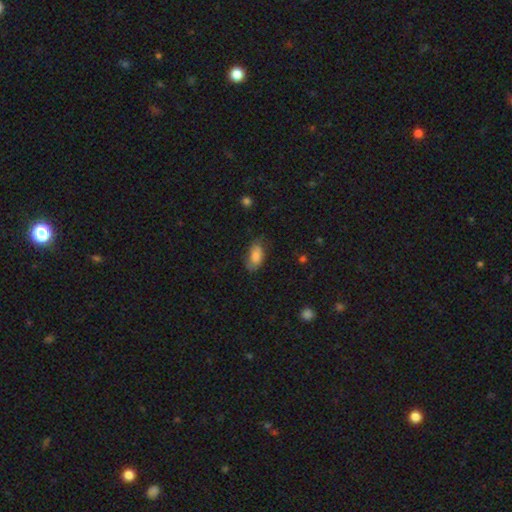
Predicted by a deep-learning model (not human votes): A smooth galaxy with no disk features (76%) that is in between round and cigar-shaped (92%).

Vote fractions:
- Smooth or featured? smooth: 76% / featured or disk: 16% / star or artifact: 7%
- How rounded? in between: 92% / cigar-shaped: 4% / round: 4%
- Merging? none: 61% / minor disturbance: 28% / major disturbance: 10% / merger: 2%